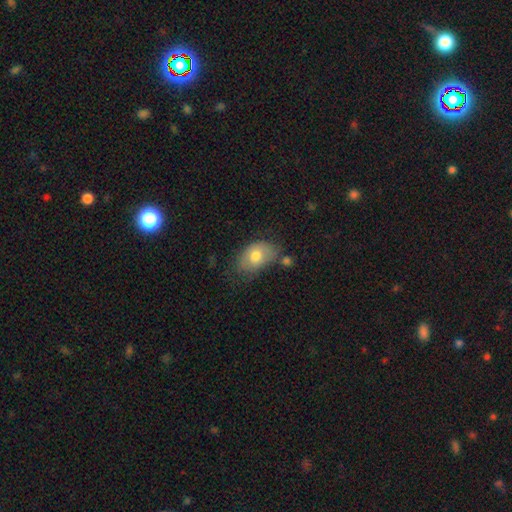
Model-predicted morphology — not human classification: smooth_or_featured: smooth (p=0.72) [alt: featured or disk p=0.20]
how_rounded: in between (p=0.83) [alt: round p=0.15]
merging: none (p=0.50) [alt: minor disturbance p=0.30]